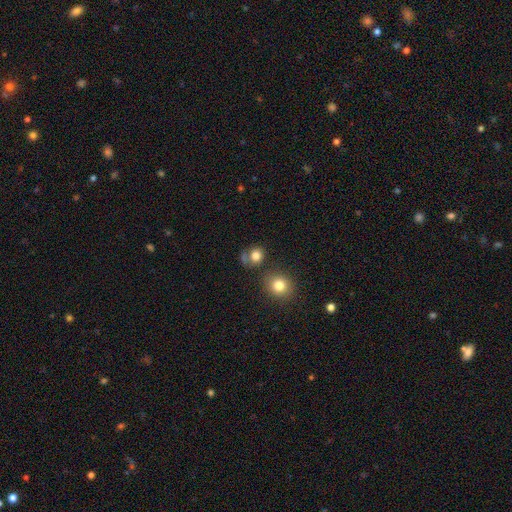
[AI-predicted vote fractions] A smooth galaxy with no disk features (80%) that is round (80%). Merging: none (63%).